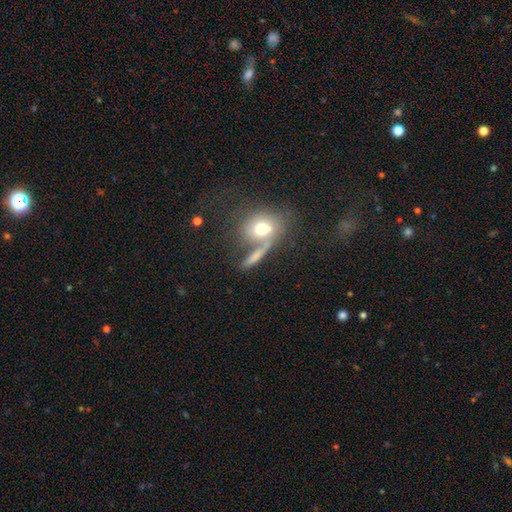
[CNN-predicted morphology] A smooth galaxy with no disk features (64%) that is in between round and cigar-shaped (36%). Merging: none (45%).